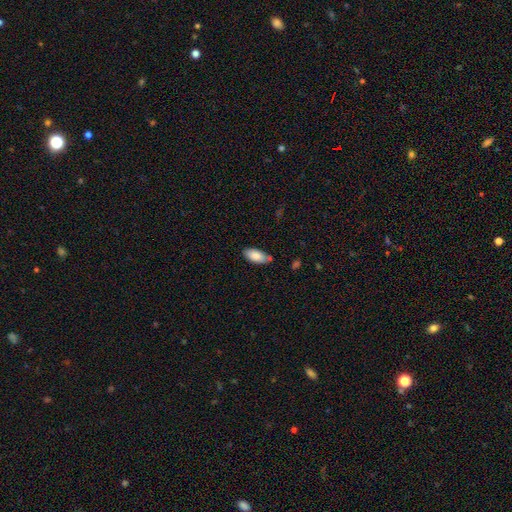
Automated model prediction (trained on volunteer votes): Q: Smooth or featured?
A: smooth (85%); runner-up: featured or disk (8%)
Q: How rounded?
A: in between (92%); runner-up: cigar-shaped (6%)
Q: Merging?
A: none (74%); runner-up: minor disturbance (17%)